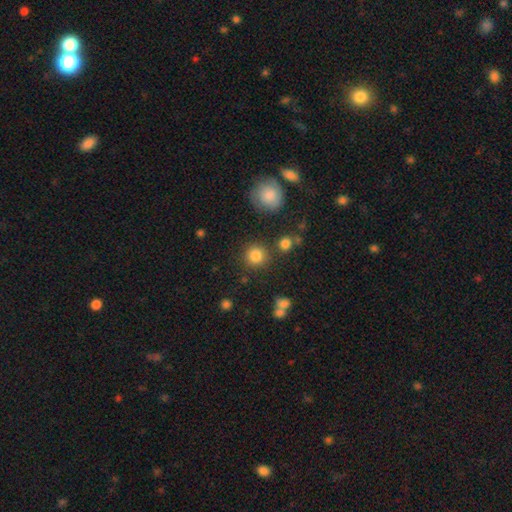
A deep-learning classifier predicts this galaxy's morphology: Smooth or featured? Predicted: smooth (p=0.84). How rounded? Predicted: round (p=0.92). Merging? Predicted: none (p=0.83).